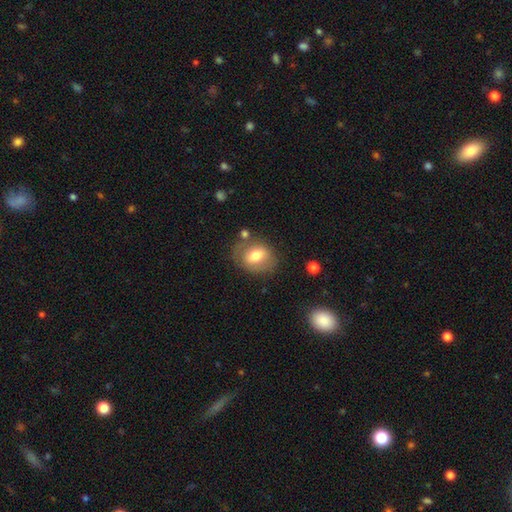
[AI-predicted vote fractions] Q: Smooth or featured?
A: smooth (65%); runner-up: featured or disk (27%)
Q: How rounded?
A: in between (52%); runner-up: round (47%)
Q: Merging?
A: none (68%); runner-up: minor disturbance (18%)